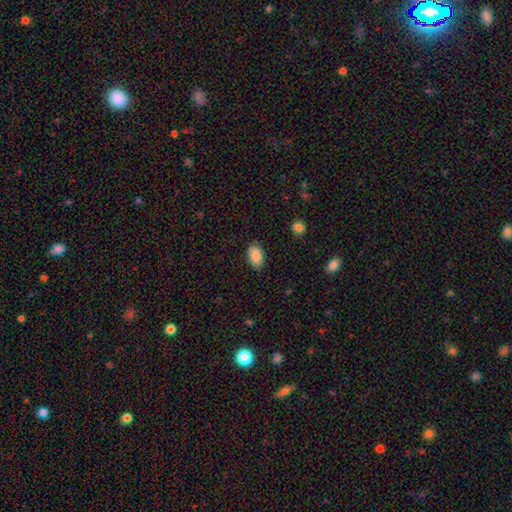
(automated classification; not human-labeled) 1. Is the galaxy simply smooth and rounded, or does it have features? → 88% smooth, 7% star or artifact, 5% featured or disk.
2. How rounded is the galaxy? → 93% in between, 6% round, 2% cigar-shaped.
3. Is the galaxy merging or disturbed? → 85% none, 11% minor disturbance, 3% major disturbance, 1% merger.